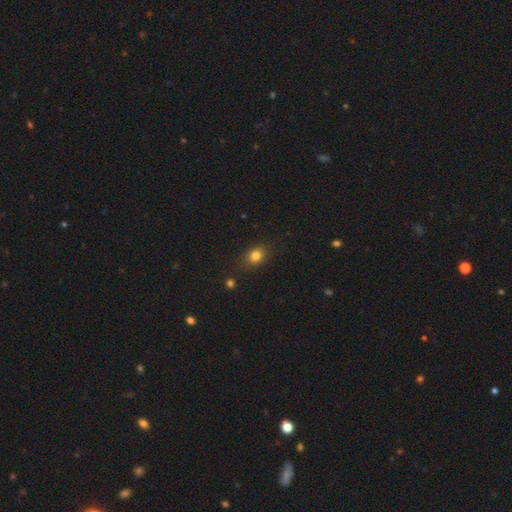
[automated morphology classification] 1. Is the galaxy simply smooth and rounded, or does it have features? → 80% smooth, 13% star or artifact, 7% featured or disk.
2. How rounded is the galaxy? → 54% in between, 44% round, 2% cigar-shaped.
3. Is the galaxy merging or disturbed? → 79% none, 14% minor disturbance, 4% major disturbance, 2% merger.